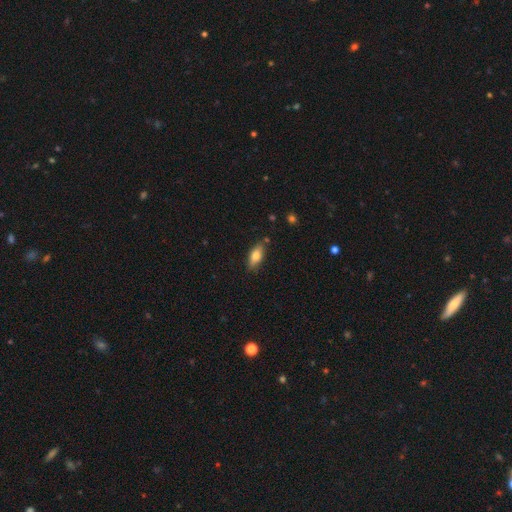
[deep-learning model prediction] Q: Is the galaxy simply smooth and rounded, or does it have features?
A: smooth — 76%.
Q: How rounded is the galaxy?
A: in between — 78%.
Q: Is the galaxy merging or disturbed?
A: none — 81%.